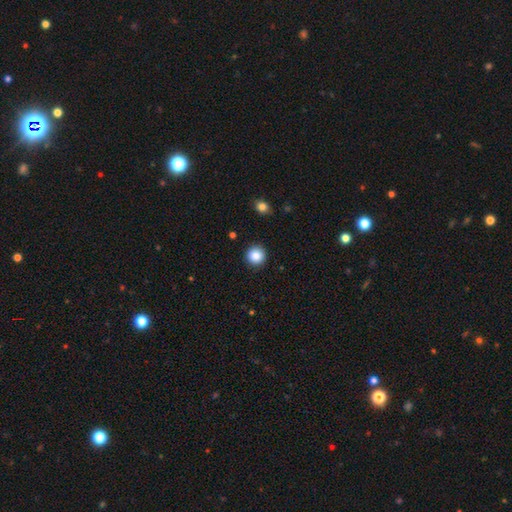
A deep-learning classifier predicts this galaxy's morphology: Smooth or featured: smooth — 86% (star or artifact — 10%)
How rounded: round — 95% (in between — 4%)
Merging: none — 92% (minor disturbance — 5%)